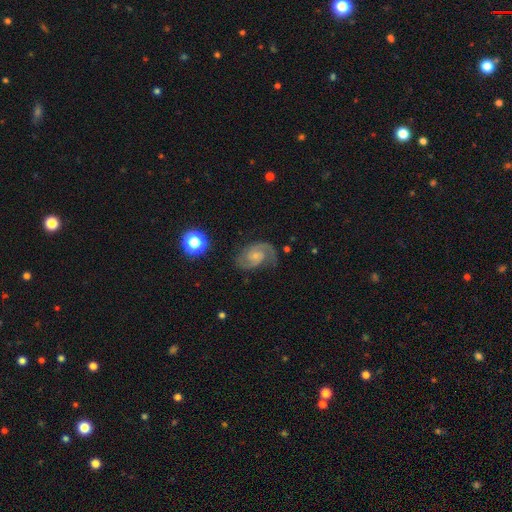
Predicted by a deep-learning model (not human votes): featured or disk 86%, smooth 8%, star or artifact 7%. Down the decision tree: edge-on disk — no (98%); bar — no (62%); spiral arms — yes (97%); spiral arm count — 2 (91%); spiral winding — medium (55%); bulge size — small (63%); merging — none (76%).